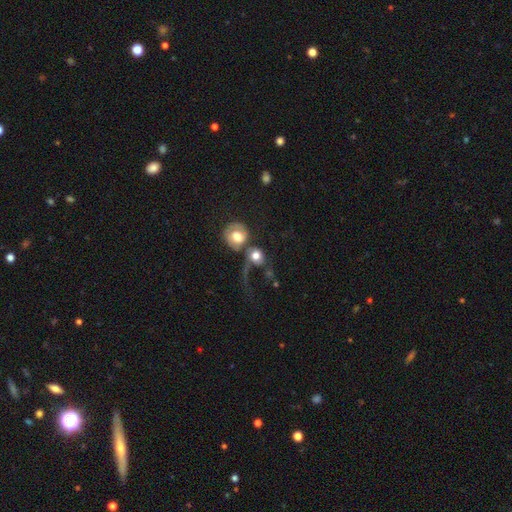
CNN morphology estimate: Q: Smooth or featured?
A: smooth (64%); runner-up: featured or disk (28%)
Q: How rounded?
A: round (80%); runner-up: in between (18%)
Q: Merging?
A: merger (44%); runner-up: major disturbance (25%)